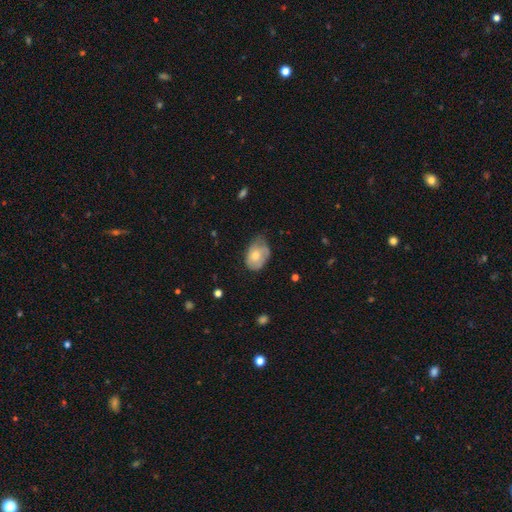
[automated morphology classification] Q: Smooth or featured?
A: smooth (64%); runner-up: featured or disk (29%)
Q: How rounded?
A: in between (80%); runner-up: round (19%)
Q: Merging?
A: minor disturbance (42%); runner-up: none (41%)